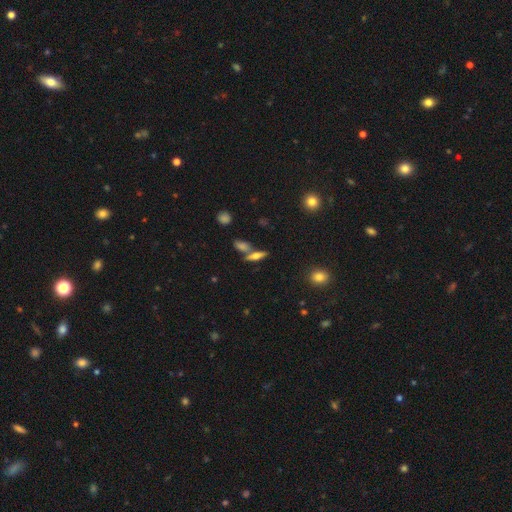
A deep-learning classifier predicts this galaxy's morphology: A smooth galaxy with no disk features (45%, tied with featured or disk).

Vote fractions:
- Smooth or featured? smooth: 45% (tied) / featured or disk: 45% (tied) / star or artifact: 11%
- Merging? none: 62% / merger: 24% / minor disturbance: 10% / major disturbance: 4%